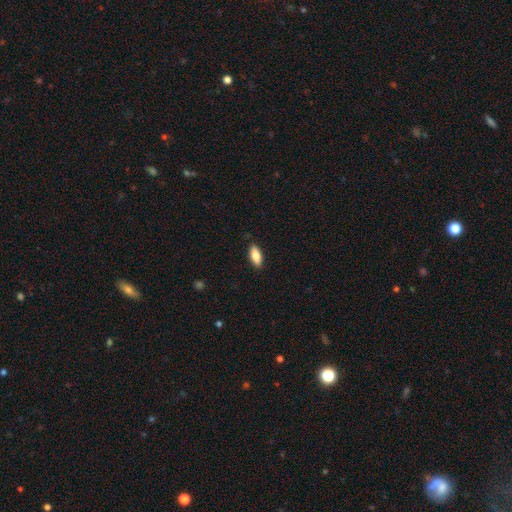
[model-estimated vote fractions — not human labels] A smooth galaxy with no disk features (83%) that is in between round and cigar-shaped (82%).

Vote fractions:
- Smooth or featured? smooth: 83% / featured or disk: 11% / star or artifact: 6%
- How rounded? in between: 82% / cigar-shaped: 16% / round: 2%
- Merging? none: 88% / minor disturbance: 9% / major disturbance: 2% / merger: 1%